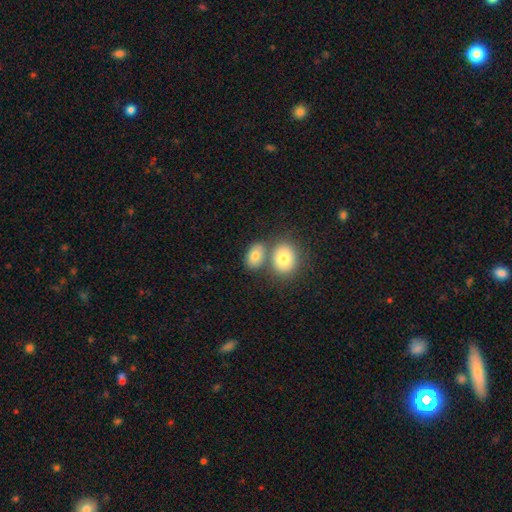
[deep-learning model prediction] Smooth or featured? Predicted: smooth (p=0.79). How rounded? Predicted: in between (p=0.74). Merging? Predicted: none (p=0.53).